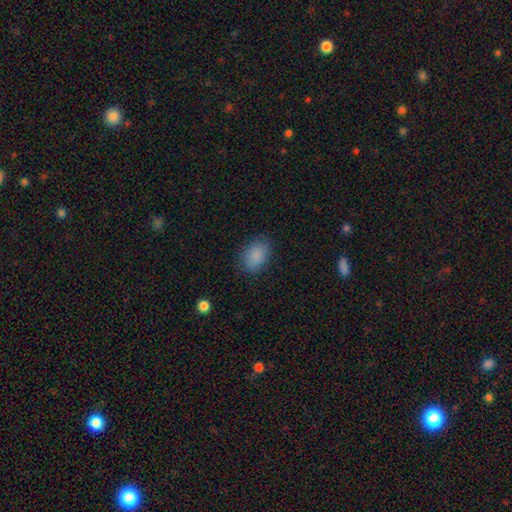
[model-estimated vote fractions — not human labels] Smooth or featured?
  - smooth: 88% *
  - star or artifact: 8%
  - featured or disk: 4%
How rounded?
  - in between: 79% *
  - round: 20%
  - cigar-shaped: 1%
Merging?
  - none: 83% *
  - minor disturbance: 13%
  - major disturbance: 3%
  - merger: 1%